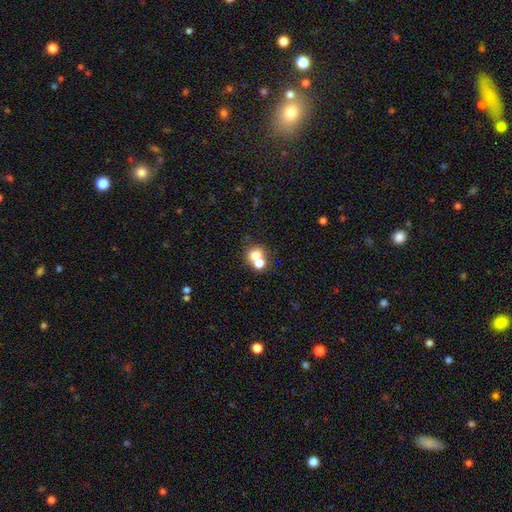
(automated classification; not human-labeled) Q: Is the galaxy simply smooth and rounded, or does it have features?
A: smooth — 70%.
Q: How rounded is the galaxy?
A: round — 74%.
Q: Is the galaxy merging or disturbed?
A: merger — 54%.